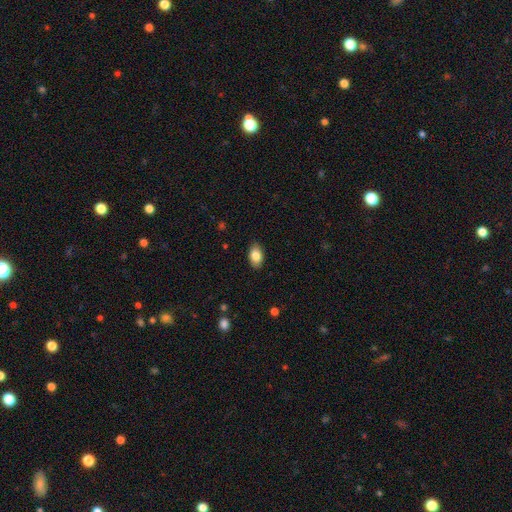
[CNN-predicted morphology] The model was most divided on "smooth or featured": smooth: 85%, featured or disk: 8%, star or artifact: 7%. More confident: how rounded — in between (91%); merging — none (88%).